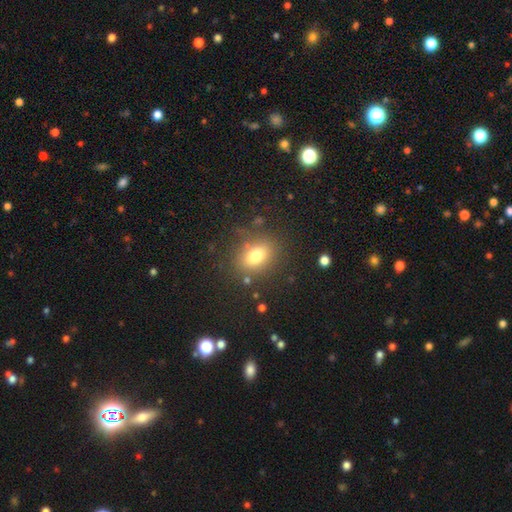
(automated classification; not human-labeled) Smooth or featured: smooth — 77% (featured or disk — 12%)
How rounded: in between — 70% (round — 29%)
Merging: none — 77% (minor disturbance — 14%)